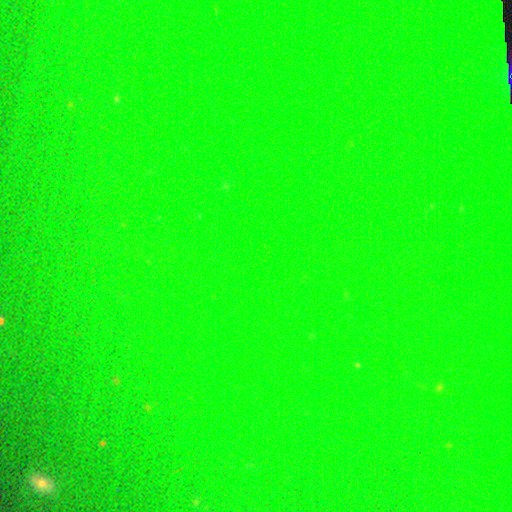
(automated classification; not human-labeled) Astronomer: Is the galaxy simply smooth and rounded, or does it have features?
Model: star or artifact — 78%.